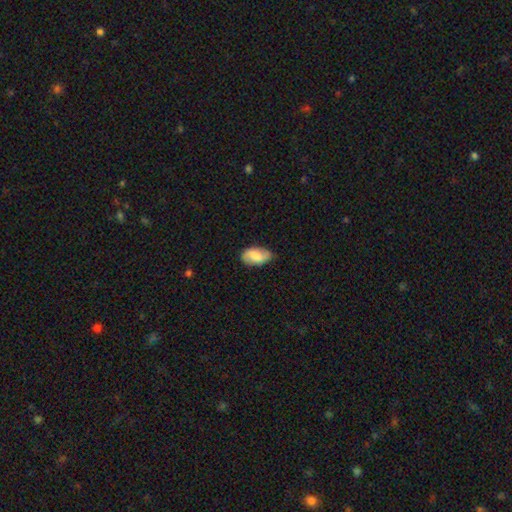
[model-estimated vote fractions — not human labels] Overall: smooth (60%; featured or disk 32%). How rounded: in between (93%). Merging: none (73%).